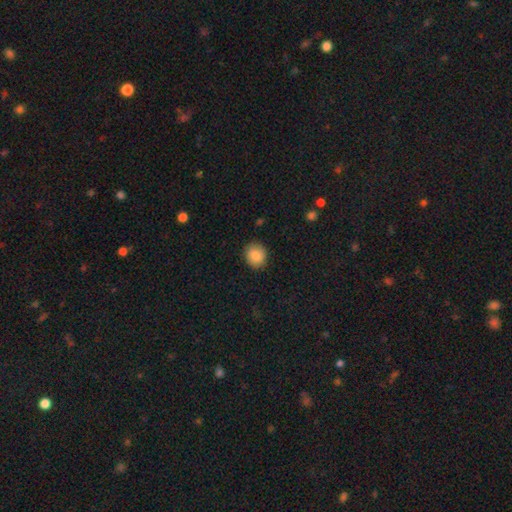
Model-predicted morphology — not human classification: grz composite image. It shows a smooth galaxy with no disk features (84%) that is round (75%). Merging: none (87%).